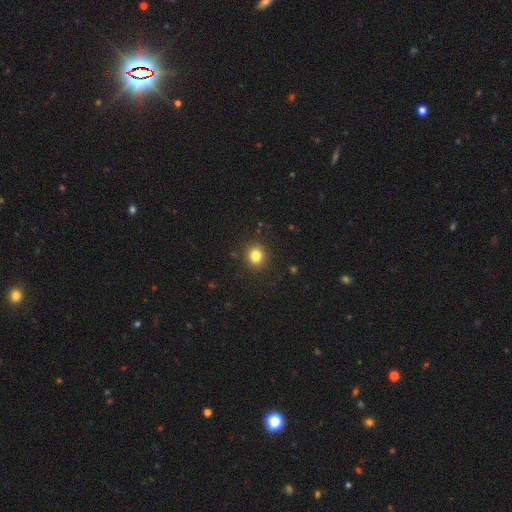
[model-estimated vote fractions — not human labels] Smooth or featured? smooth (82%)
How rounded? round (77%)
Merging? none (90%)